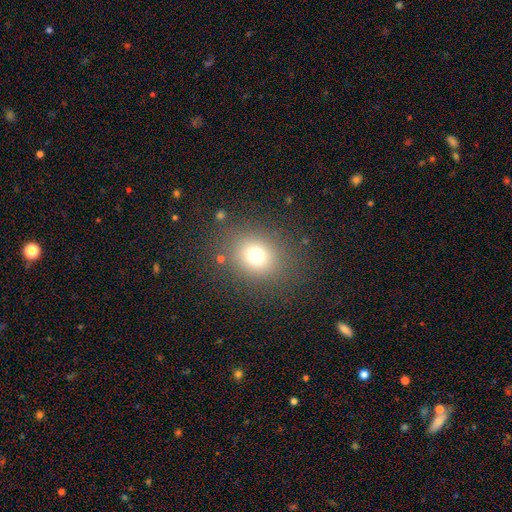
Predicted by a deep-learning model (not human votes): Smooth or featured? smooth (72%)
How rounded? round (70%)
Merging? none (82%)